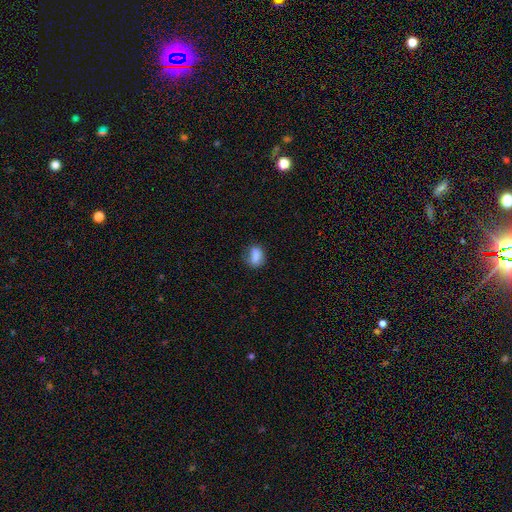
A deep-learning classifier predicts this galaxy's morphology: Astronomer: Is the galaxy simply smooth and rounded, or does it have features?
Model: smooth — 83%.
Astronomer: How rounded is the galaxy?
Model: in between — 69%.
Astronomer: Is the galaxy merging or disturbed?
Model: none — 68%.